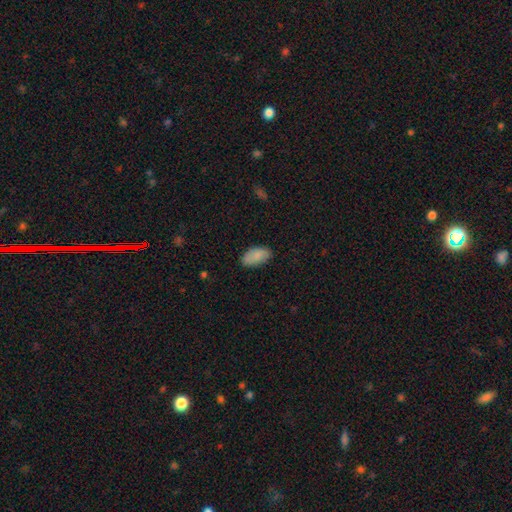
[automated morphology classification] Smooth or featured? Predicted: smooth (p=0.87). How rounded? Predicted: in between (p=0.95). Merging? Predicted: none (p=0.80).